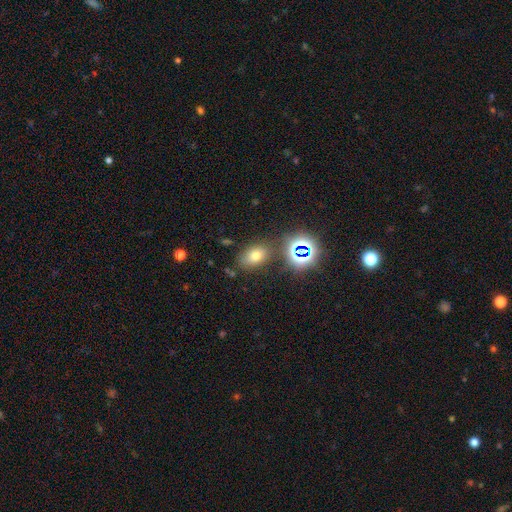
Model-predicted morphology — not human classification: smooth_or_featured: smooth (p=0.65) [alt: star or artifact p=0.23]
how_rounded: in between (p=0.81) [alt: round p=0.17]
merging: none (p=0.75) [alt: minor disturbance p=0.13]